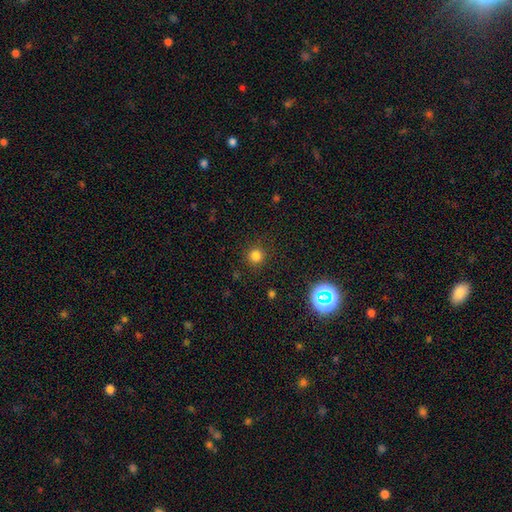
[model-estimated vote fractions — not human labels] Overall: smooth (80%). How rounded: round (94%). Merging: none (89%).